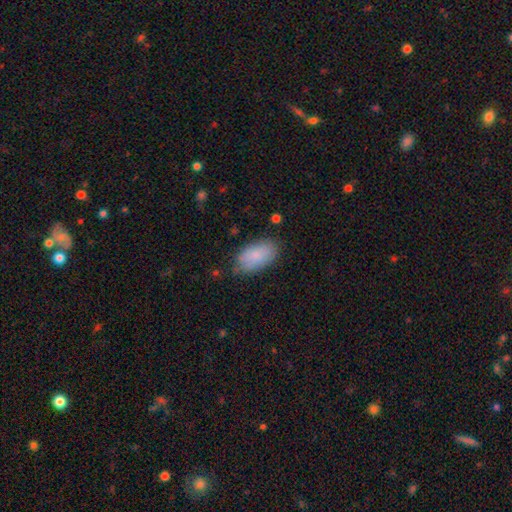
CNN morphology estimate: The model was most divided on "merging": none: 74%, minor disturbance: 19%, major disturbance: 4%, merger: 2%. More confident: how rounded — in between (94%); smooth or featured — smooth (85%).